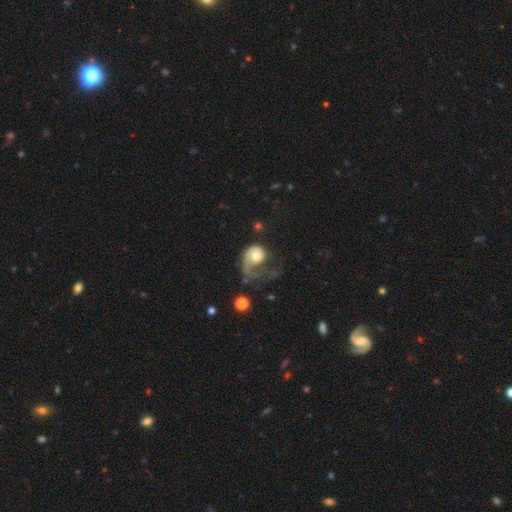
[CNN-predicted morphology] A featured or disk galaxy (59%) with no bar (80%), spiral arms (77%) and a moderate central bulge (65%).

Vote fractions:
- Smooth or featured? featured or disk: 59% / smooth: 34% / star or artifact: 7%
- Edge-on disk? no: 97% / yes: 3%
- Bar? no: 80% / weak: 17% / strong: 3%
- Spiral arms? yes: 77% / no: 23%
- Bulge size? moderate: 65% / large: 16% / small: 14% / dominant: 2% / none: 2%
- Merging? major disturbance: 59% / none: 23% / minor disturbance: 14% / merger: 4%